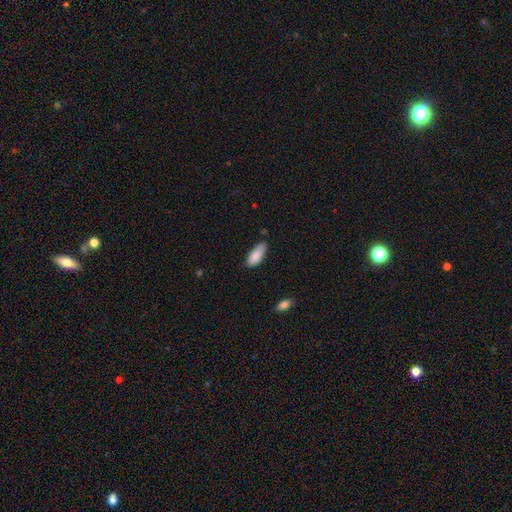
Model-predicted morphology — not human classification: This appears to be a smooth galaxy with no disk features (87%) that is in between round and cigar-shaped (77%). Merging: none (67%).